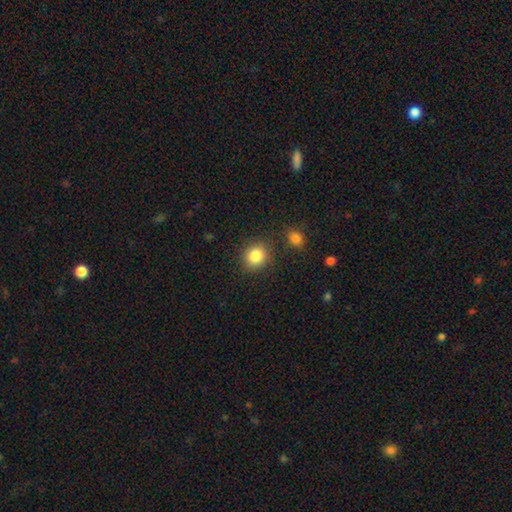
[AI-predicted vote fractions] A smooth galaxy with no disk features (85%) that is round (83%).

Vote fractions:
- Smooth or featured? smooth: 85% / star or artifact: 10% / featured or disk: 5%
- How rounded? round: 83% / in between: 16% / cigar-shaped: 1%
- Merging? none: 83% / minor disturbance: 9% / merger: 5% / major disturbance: 3%